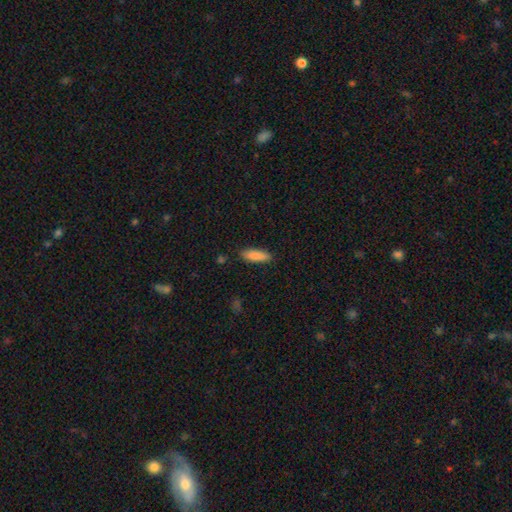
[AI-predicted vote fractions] This is clearly a smooth galaxy (88%). How rounded: possibly in between (53%). Merging: clearly none (86%).